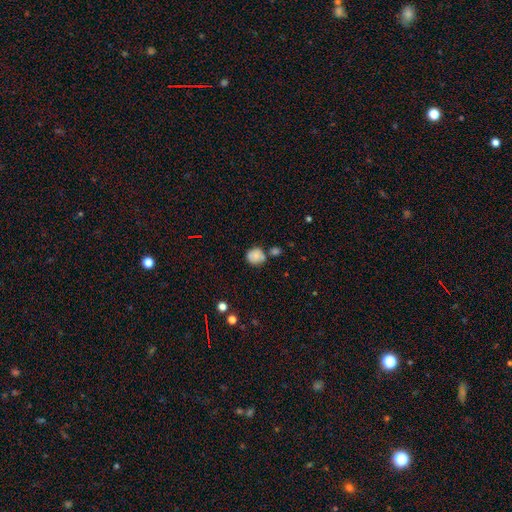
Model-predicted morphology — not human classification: A smooth galaxy with no disk features (74%) that is round (79%). Merging: none (55%).